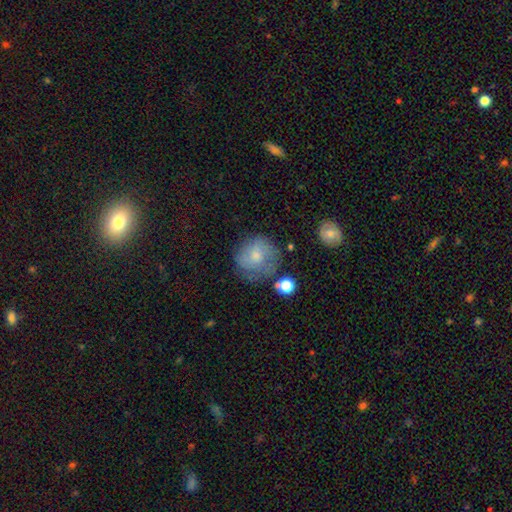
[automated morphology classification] The model was most divided on "merging": none: 57%, minor disturbance: 25%, major disturbance: 13%, merger: 4%. More confident: how rounded — round (86%); smooth or featured — smooth (64%).